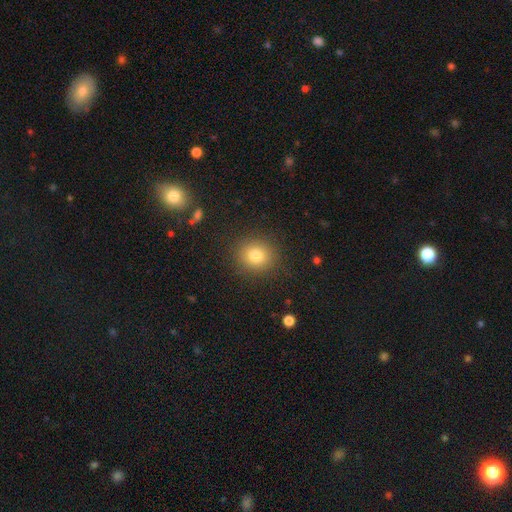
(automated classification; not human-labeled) A smooth galaxy with no disk features (81%) that is round (82%). Merging: none (88%).